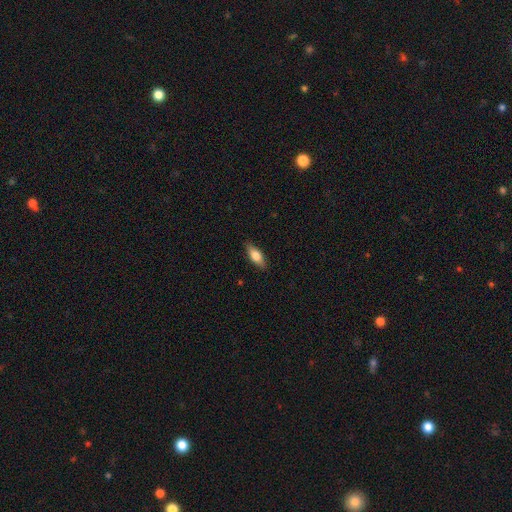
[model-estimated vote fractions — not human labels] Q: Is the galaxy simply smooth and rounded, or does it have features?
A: smooth — 72%.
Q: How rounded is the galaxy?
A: in between — 72%.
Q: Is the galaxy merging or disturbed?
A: none — 86%.